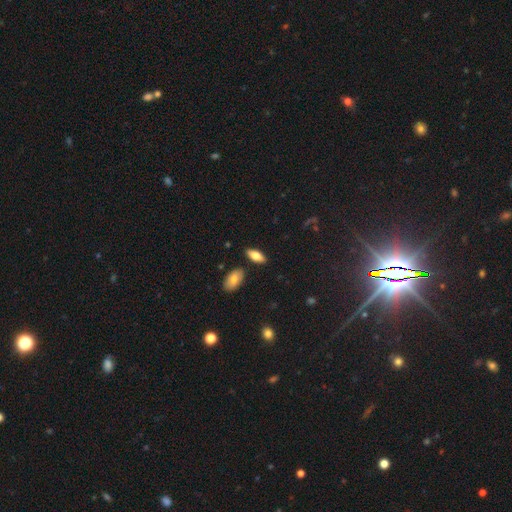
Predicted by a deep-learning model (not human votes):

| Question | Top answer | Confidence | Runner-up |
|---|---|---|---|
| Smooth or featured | smooth | 74% | featured or disk (19%) |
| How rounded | in between | 83% | cigar-shaped (14%) |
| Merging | none | 84% | minor disturbance (10%) |